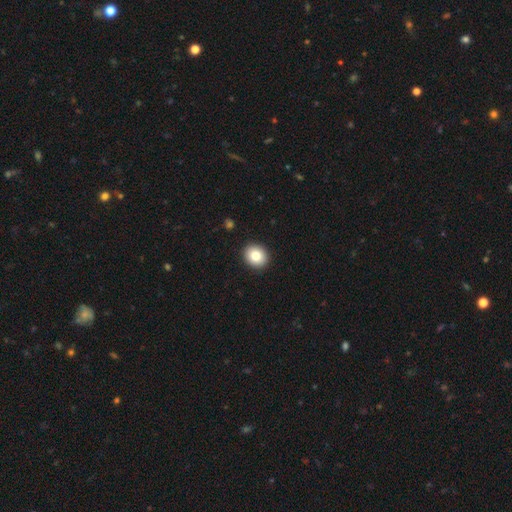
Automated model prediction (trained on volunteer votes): Morphology: type=smooth (82%); roundness=round (73%); merging=none (92%).